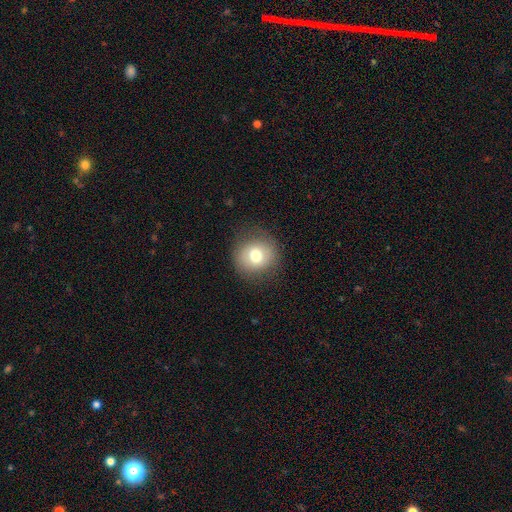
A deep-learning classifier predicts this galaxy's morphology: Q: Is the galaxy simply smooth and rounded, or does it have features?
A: smooth — 72%.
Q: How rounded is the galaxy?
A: round — 88%.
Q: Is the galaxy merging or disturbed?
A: none — 83%.